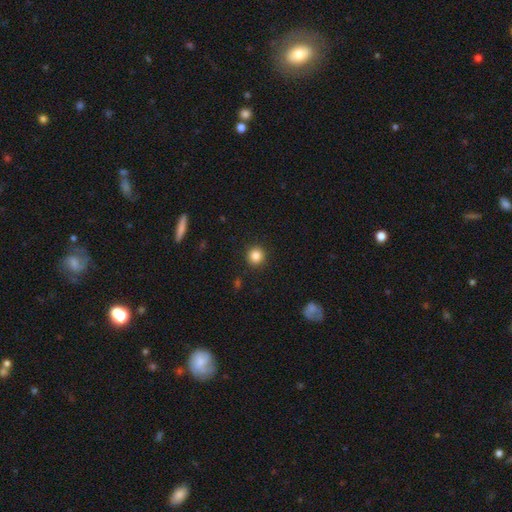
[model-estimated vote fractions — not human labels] Smooth or featured: smooth — 85% (star or artifact — 11%)
How rounded: round — 94% (in between — 5%)
Merging: none — 92% (minor disturbance — 5%)